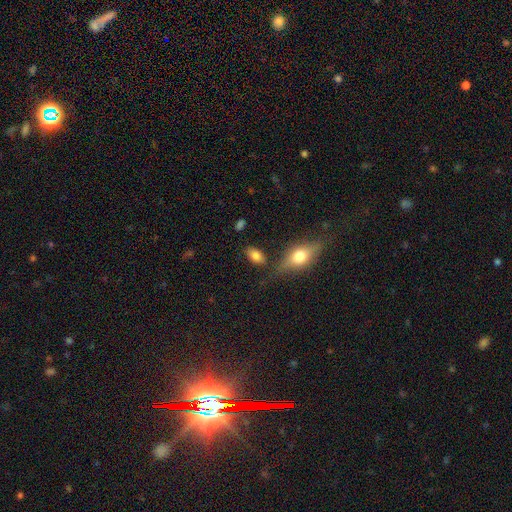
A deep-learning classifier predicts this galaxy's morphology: type=smooth (81%); roundness=in between (89%); merging=none (75%).